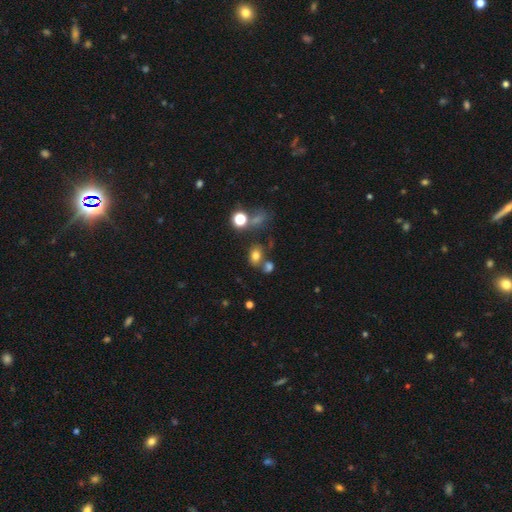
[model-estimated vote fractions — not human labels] Q: Smooth or featured?
A: smooth (73%); runner-up: star or artifact (17%)
Q: How rounded?
A: in between (66%); runner-up: round (32%)
Q: Merging?
A: none (58%); runner-up: merger (21%)